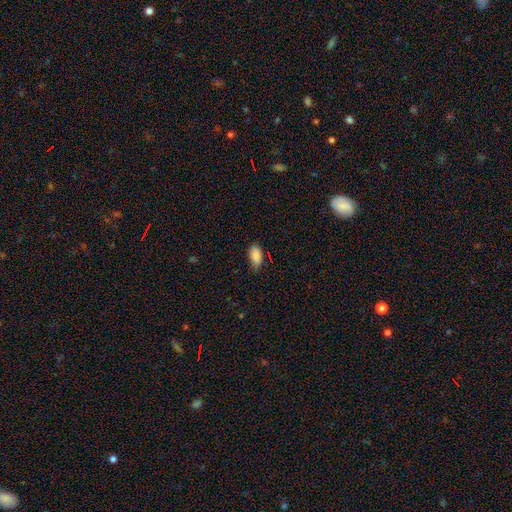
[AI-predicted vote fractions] Smooth or featured? Predicted: smooth (p=0.88). How rounded? Predicted: in between (p=0.92). Merging? Predicted: none (p=0.69).